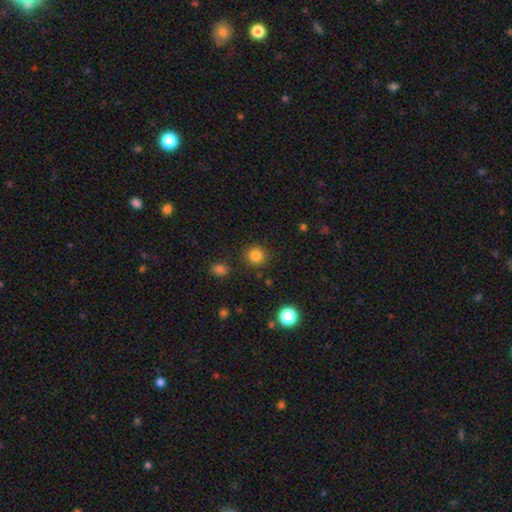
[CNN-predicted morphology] smooth-or-featured: smooth: 83% | star or artifact: 12% | featured or disk: 5%
  how-rounded: round: 91% | in between: 8% | cigar-shaped: 1%
  merging: none: 88% | minor disturbance: 8% | major disturbance: 3% | merger: 2%